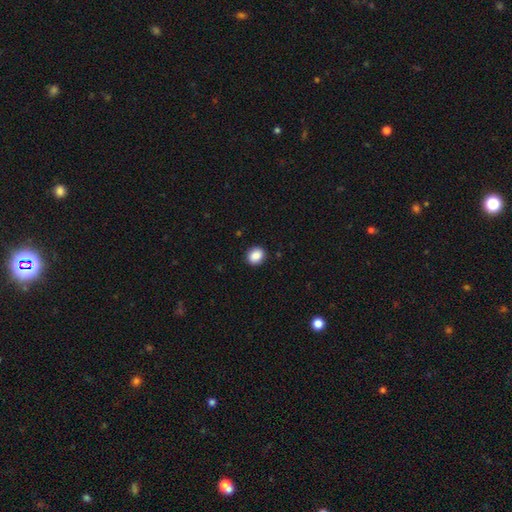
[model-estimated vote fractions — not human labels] Smooth or featured?
  - smooth: 88% *
  - star or artifact: 9%
  - featured or disk: 3%
How rounded?
  - round: 66% *
  - in between: 33%
  - cigar-shaped: 1%
Merging?
  - none: 91% *
  - minor disturbance: 6%
  - major disturbance: 2%
  - merger: 1%